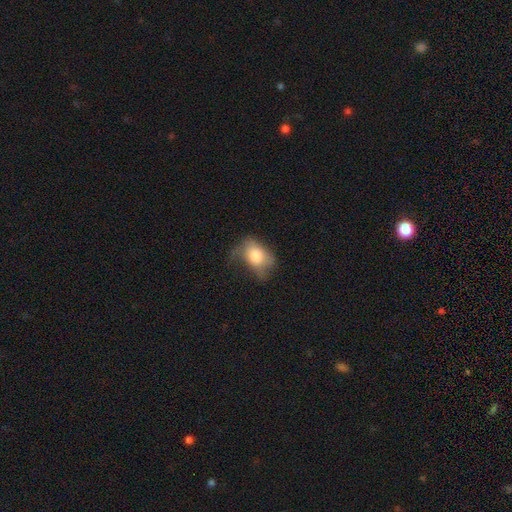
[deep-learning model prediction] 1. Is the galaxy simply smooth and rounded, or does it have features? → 74% smooth, 18% featured or disk, 8% star or artifact.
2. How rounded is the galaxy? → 81% in between, 17% round, 2% cigar-shaped.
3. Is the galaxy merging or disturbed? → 36% minor disturbance, 33% none, 29% major disturbance, 2% merger.